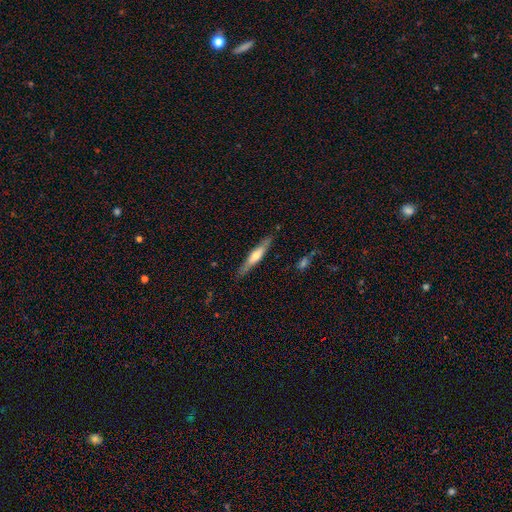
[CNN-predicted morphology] Smooth or featured: featured or disk — 49% (smooth — 45%)
Merging: none — 85% (minor disturbance — 11%)